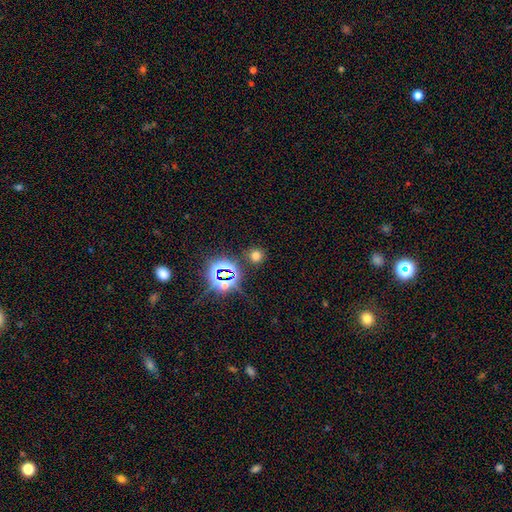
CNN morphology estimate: A smooth galaxy with no disk features (63%) that is round (90%).

Vote fractions:
- Smooth or featured? smooth: 63% / star or artifact: 30% / featured or disk: 7%
- How rounded? round: 90% / in between: 9% / cigar-shaped: 1%
- Merging? none: 85% / minor disturbance: 7% / merger: 4% / major disturbance: 4%